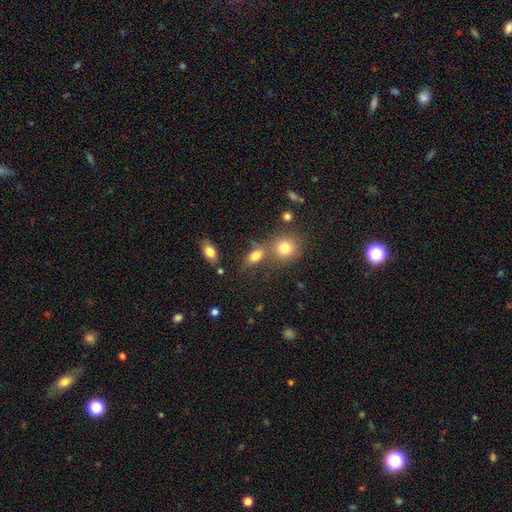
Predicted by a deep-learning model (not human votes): A smooth galaxy with no disk features (76%) that is in between round and cigar-shaped (72%). Merging: none (52%).